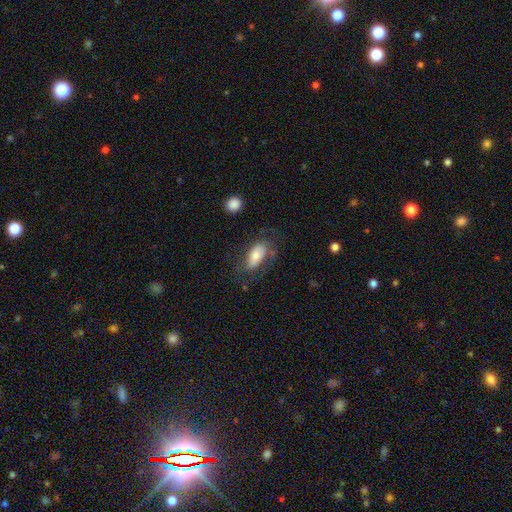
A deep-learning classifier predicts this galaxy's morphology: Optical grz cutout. It shows a smooth galaxy with no disk features (62%) that is in between round and cigar-shaped (86%). Merging: none (59%).